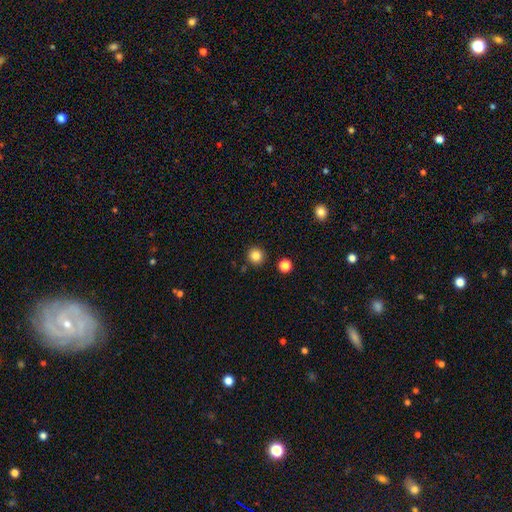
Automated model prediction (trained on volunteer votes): Q: Smooth or featured?
A: smooth (84%); runner-up: star or artifact (12%)
Q: How rounded?
A: round (94%); runner-up: in between (5%)
Q: Merging?
A: none (90%); runner-up: minor disturbance (5%)